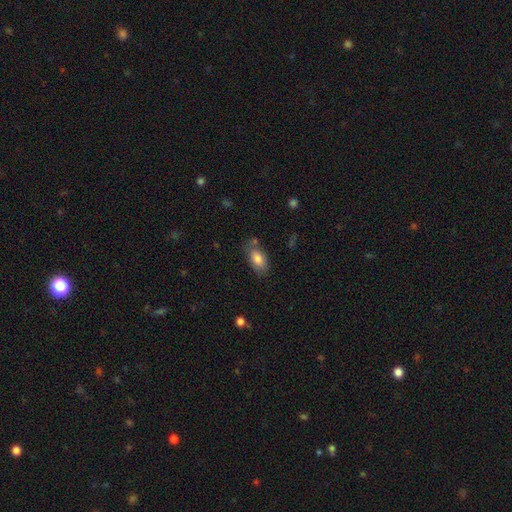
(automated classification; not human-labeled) The model was most divided on "merging": none: 73%, minor disturbance: 17%, merger: 6%, major disturbance: 4%. More confident: how rounded — in between (89%); smooth or featured — smooth (77%).